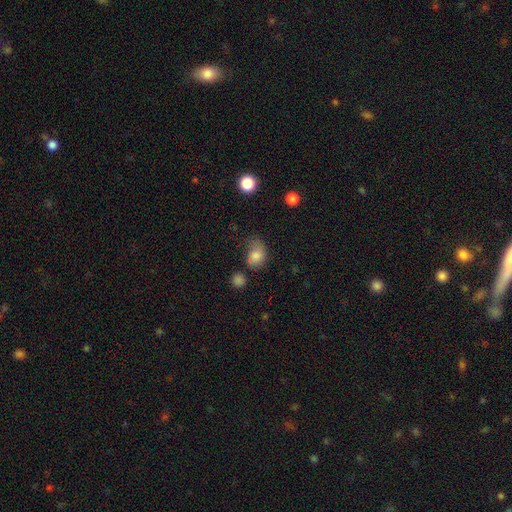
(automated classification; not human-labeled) A smooth galaxy with no disk features (77%) that is in between round and cigar-shaped (59%). Merging: none (37%).